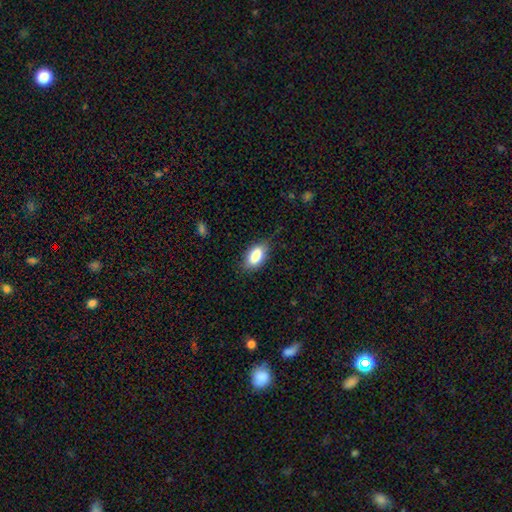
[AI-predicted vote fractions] This appears to be a smooth galaxy with no disk features (84%) that is in between round and cigar-shaped (90%). Merging: none (79%).